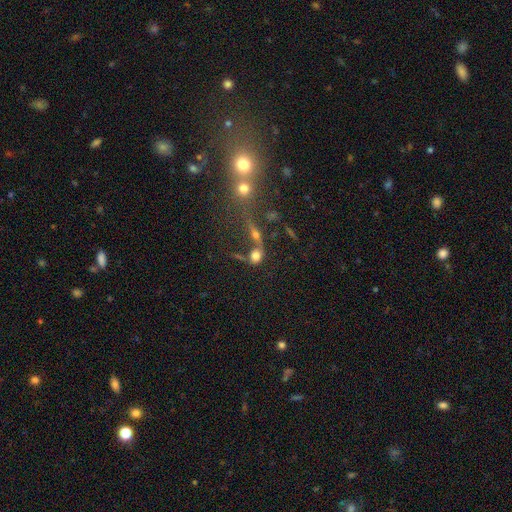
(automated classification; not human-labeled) Smooth or featured: smooth — 65% (featured or disk — 19%)
How rounded: round — 53% (in between — 42%)
Merging: merger — 45% (none — 33%)